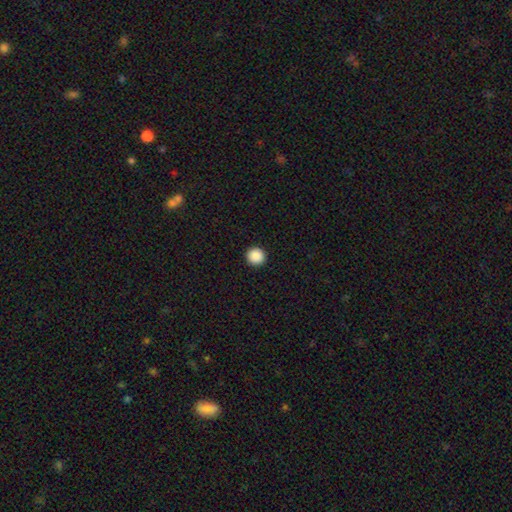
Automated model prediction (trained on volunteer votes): A smooth galaxy with no disk features (89%) that is round (96%).

Vote fractions:
- Smooth or featured? smooth: 89% / star or artifact: 9% / featured or disk: 3%
- How rounded? round: 96% / in between: 3% / cigar-shaped: 1%
- Merging? none: 94% / minor disturbance: 4% / major disturbance: 1% / merger: 1%